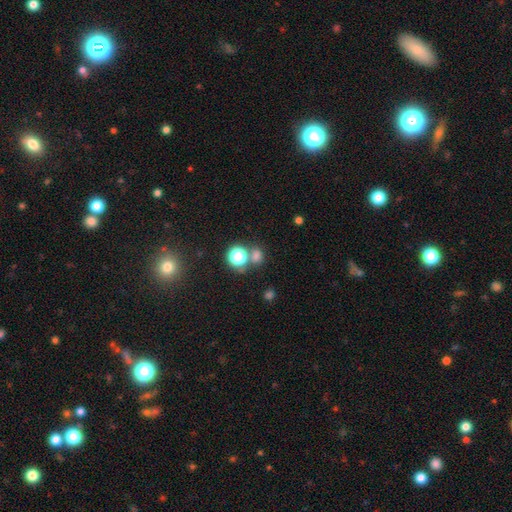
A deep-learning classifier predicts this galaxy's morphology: This appears to be a smooth galaxy with no disk features (66%) that is round (65%). Merging: none (58%).